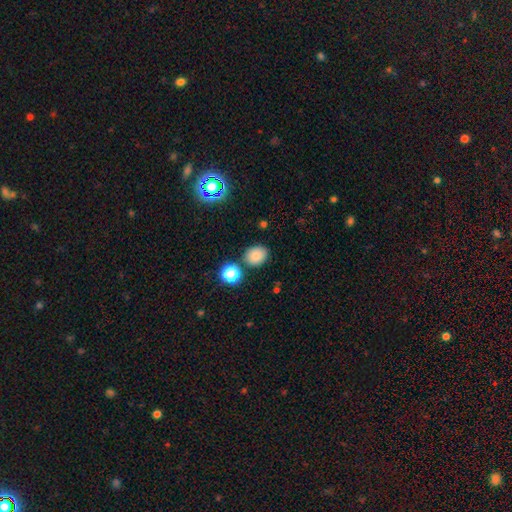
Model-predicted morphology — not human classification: smooth-or-featured: smooth: 82% | star or artifact: 13% | featured or disk: 6%
  how-rounded: round: 52% | in between: 47% | cigar-shaped: 1%
  merging: none: 80% | minor disturbance: 10% | merger: 7% | major disturbance: 3%